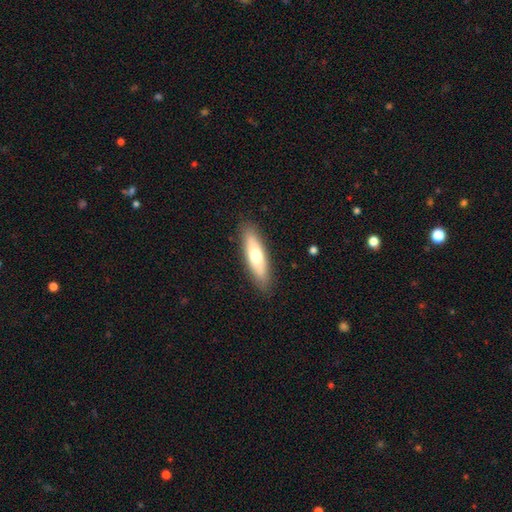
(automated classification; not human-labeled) Smooth or featured? Predicted: smooth (p=0.65). How rounded? Predicted: cigar-shaped (p=0.61). Merging? Predicted: none (p=0.88).